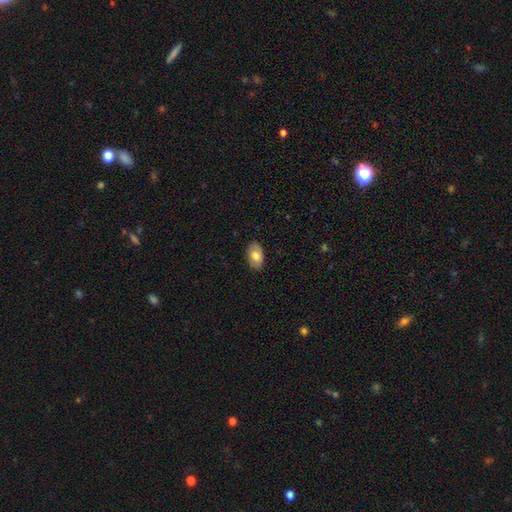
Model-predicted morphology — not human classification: Smooth or featured: smooth — 77% (featured or disk — 17%)
How rounded: in between — 91% (round — 7%)
Merging: none — 86% (minor disturbance — 11%)